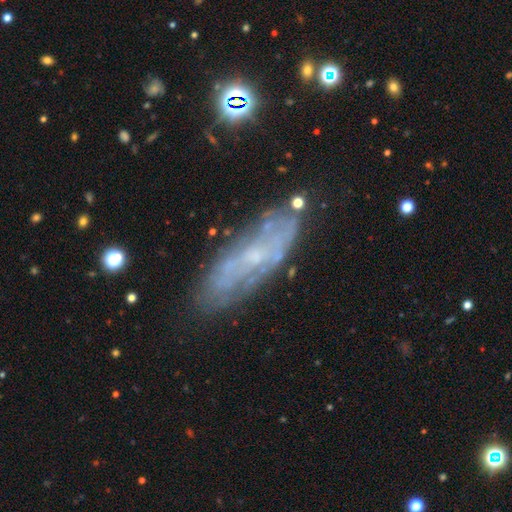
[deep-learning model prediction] This is likely a featured or disk galaxy (64%). It is likely not viewed edge-on (71%). Merging: likely none (76%).